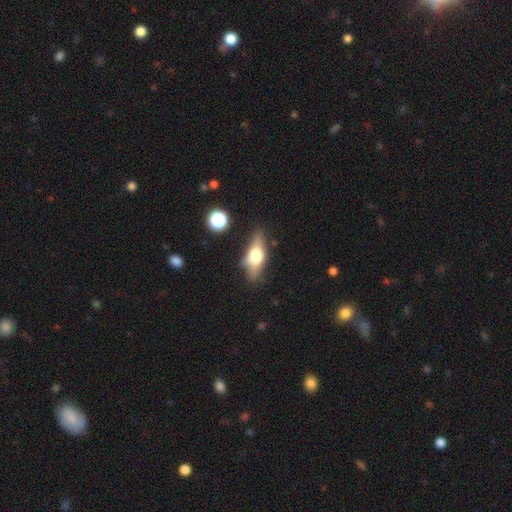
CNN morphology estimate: Smooth or featured?
  - smooth: 51% *
  - featured or disk: 41%
  - star or artifact: 9%
How rounded?
  - in between: 64% *
  - cigar-shaped: 28%
  - round: 7%
Merging?
  - none: 71% *
  - minor disturbance: 19%
  - major disturbance: 6%
  - merger: 4%